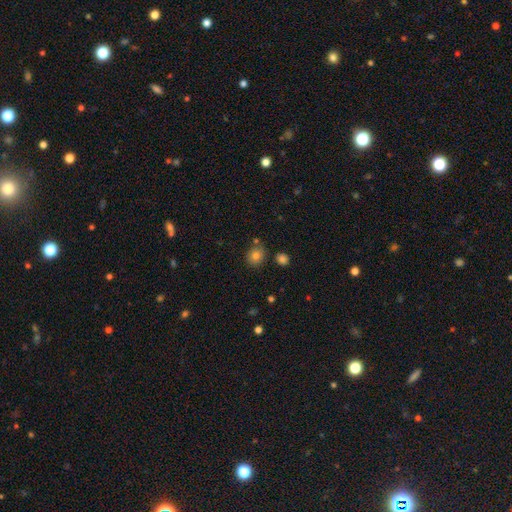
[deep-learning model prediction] A smooth galaxy with no disk features (79%) that is round (72%).

Vote fractions:
- Smooth or featured? smooth: 79% / star or artifact: 11% / featured or disk: 10%
- How rounded? round: 72% / in between: 27% / cigar-shaped: 1%
- Merging? none: 75% / minor disturbance: 14% / merger: 8% / major disturbance: 3%